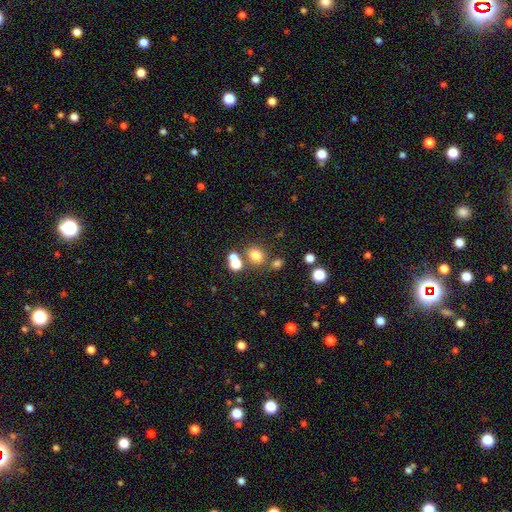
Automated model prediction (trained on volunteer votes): smooth-or-featured: smooth: 75% | star or artifact: 16% | featured or disk: 8%
  how-rounded: round: 58% | in between: 41% | cigar-shaped: 1%
  merging: none: 66% | merger: 20% | minor disturbance: 10% | major disturbance: 4%